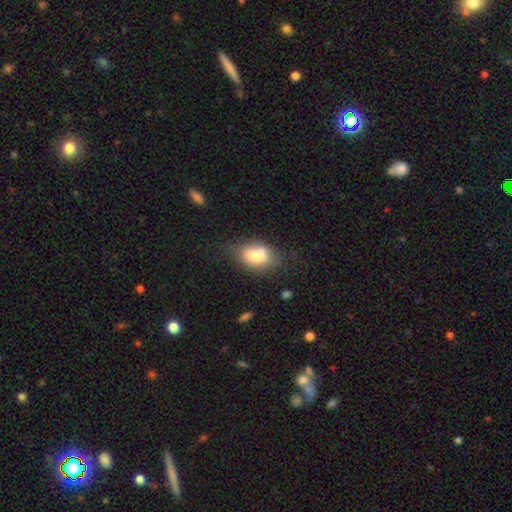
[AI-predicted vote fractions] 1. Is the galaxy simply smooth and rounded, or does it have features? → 67% smooth, 24% featured or disk, 9% star or artifact.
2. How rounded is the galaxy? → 84% in between, 13% round, 3% cigar-shaped.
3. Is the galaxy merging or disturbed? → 42% none, 30% minor disturbance, 14% merger, 14% major disturbance.